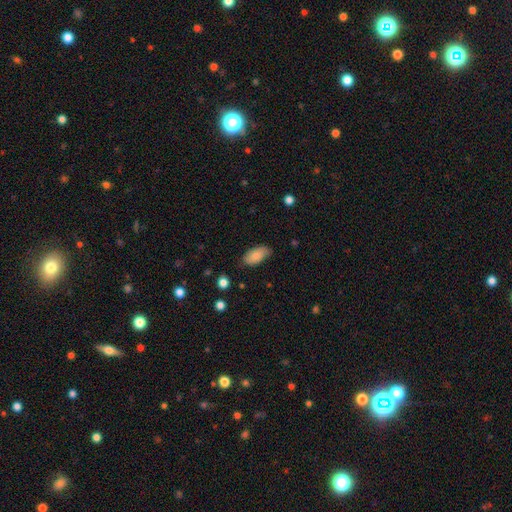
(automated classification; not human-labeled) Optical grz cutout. It shows a smooth galaxy with no disk features (82%) that is in between round and cigar-shaped (94%). Merging: none (79%).